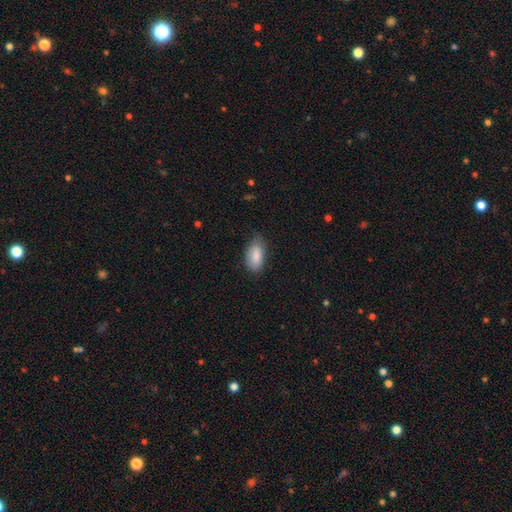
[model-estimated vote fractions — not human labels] Smooth or featured? smooth (87%)
How rounded? in between (92%)
Merging? none (69%)